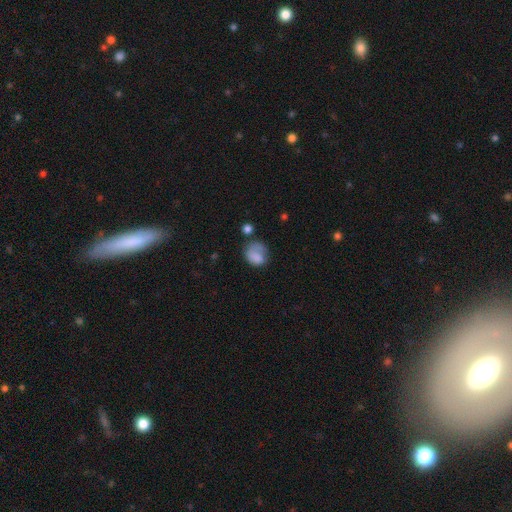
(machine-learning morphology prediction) This appears to be a smooth galaxy with no disk features (71%) that is round (54%). Merging: none (39%).